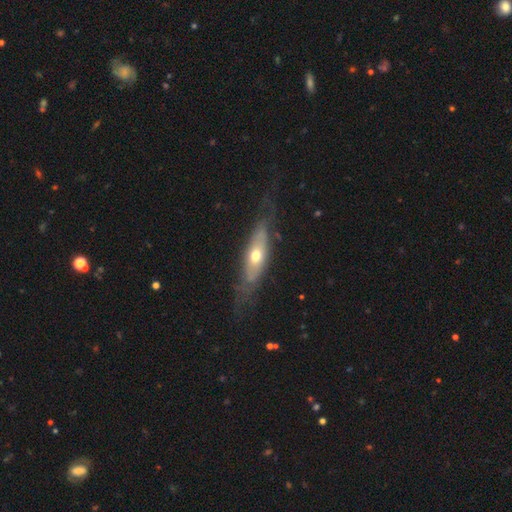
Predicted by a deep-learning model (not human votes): This is possibly a featured or disk galaxy (56%). It is possibly not viewed edge-on (57%). Merging: likely none (62%).